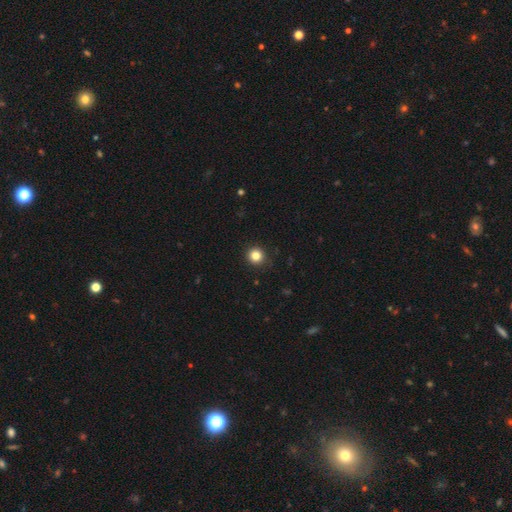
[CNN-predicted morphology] smooth 83%, star or artifact 12%, featured or disk 5%. Down the decision tree: how rounded — round (94%); merging — none (91%).